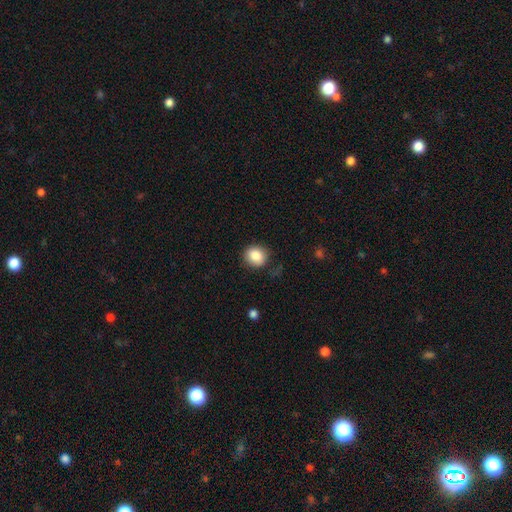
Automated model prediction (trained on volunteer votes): A smooth galaxy with no disk features (86%) that is round (77%).

Vote fractions:
- Smooth or featured? smooth: 86% / star or artifact: 9% / featured or disk: 6%
- How rounded? round: 77% / in between: 22% / cigar-shaped: 1%
- Merging? none: 80% / minor disturbance: 14% / major disturbance: 4% / merger: 1%